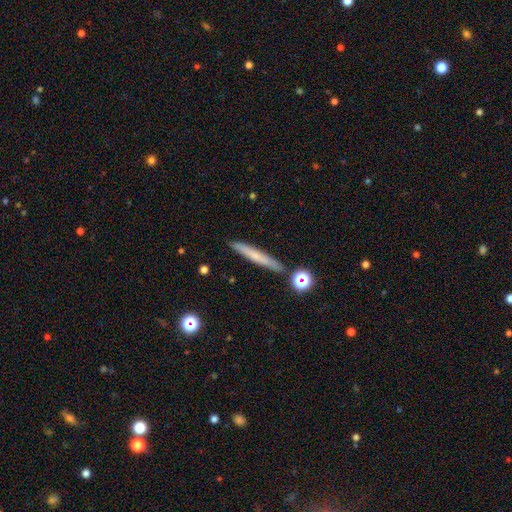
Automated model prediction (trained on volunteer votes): smooth-or-featured: smooth: 59% | featured or disk: 32% | star or artifact: 8%
  how-rounded: cigar-shaped: 95% | in between: 3% | round: 2%
  merging: none: 87% | minor disturbance: 8% | merger: 3% | major disturbance: 2%